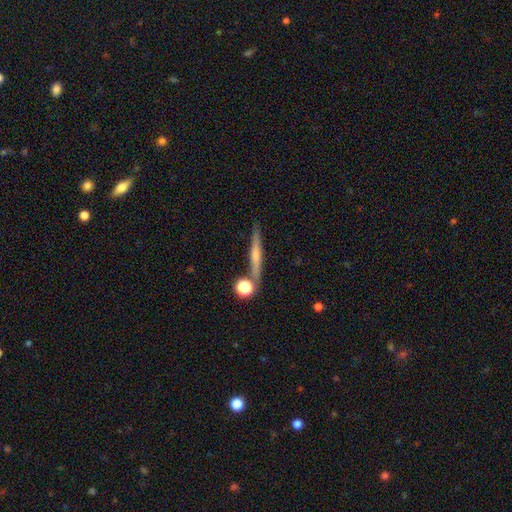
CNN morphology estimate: smooth_or_featured: smooth (p=0.46) [tied with: featured or disk p=0.46]
merging: none (p=0.78) [alt: minor disturbance p=0.10]